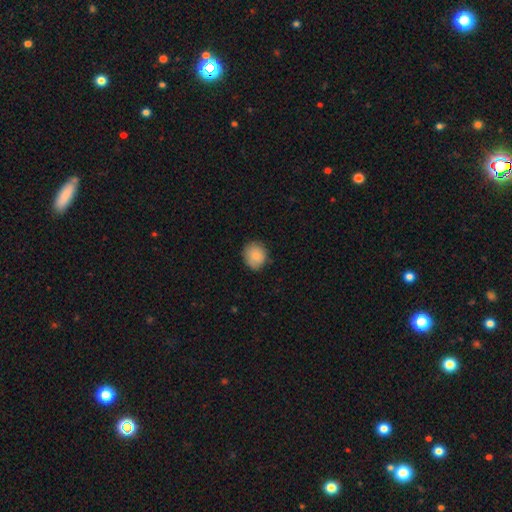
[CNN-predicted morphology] smooth 84%, featured or disk 8%, star or artifact 8%. Down the decision tree: how rounded — round (77%); merging — none (80%).